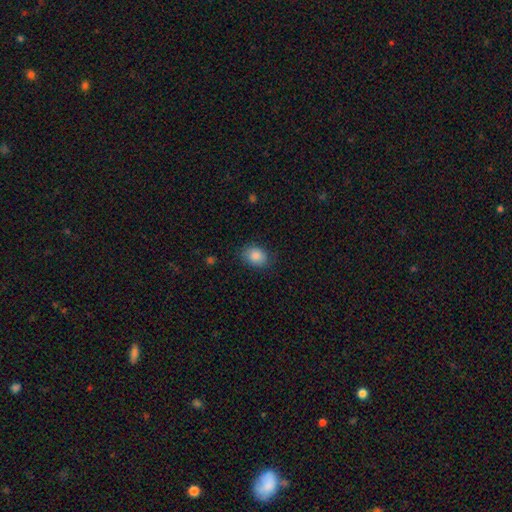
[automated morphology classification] Smooth or featured: smooth — 87% (star or artifact — 8%)
How rounded: in between — 63% (round — 36%)
Merging: none — 79% (minor disturbance — 16%)